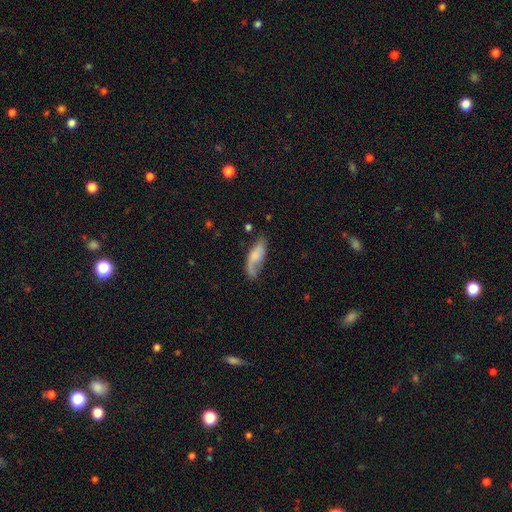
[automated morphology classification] smooth 53%, featured or disk 39%, star or artifact 7%. Down the decision tree: how rounded — in between (71%); merging — none (49%).